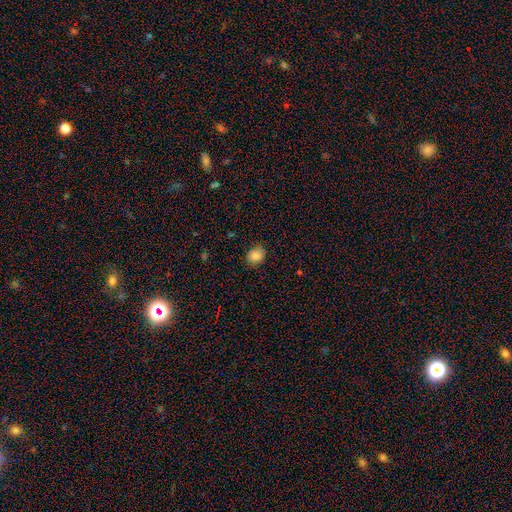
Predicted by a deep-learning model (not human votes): The model was most divided on "how rounded": round: 51%, in between: 48%, cigar-shaped: 1%. More confident: smooth or featured — smooth (86%); merging — none (77%).